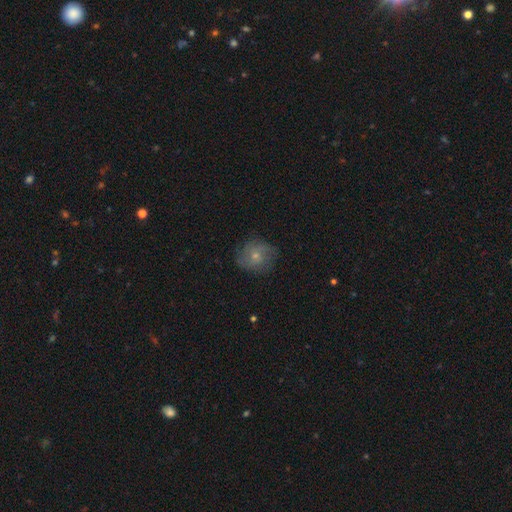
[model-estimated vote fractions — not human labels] Smooth or featured? Predicted: featured or disk (p=0.51). Edge-on disk? Predicted: no (p=0.97). Merging? Predicted: none (p=0.75).